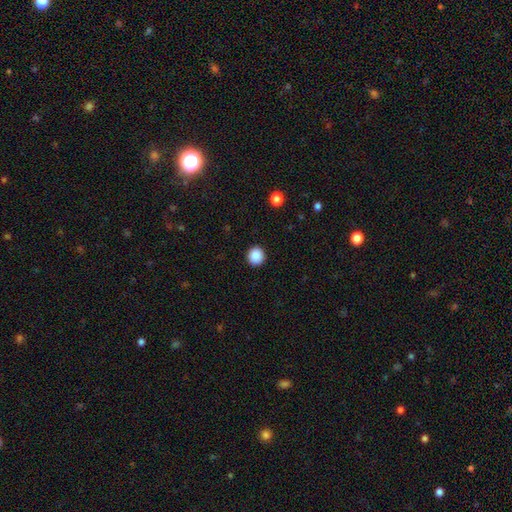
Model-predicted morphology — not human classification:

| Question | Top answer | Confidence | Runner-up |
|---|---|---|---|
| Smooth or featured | smooth | 88% | star or artifact (9%) |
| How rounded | round | 92% | in between (7%) |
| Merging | none | 93% | minor disturbance (5%) |